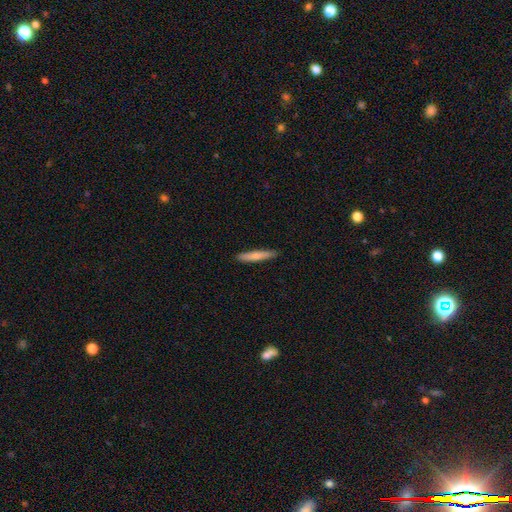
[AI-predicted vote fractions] The model was most divided on "smooth or featured": smooth: 71%, featured or disk: 24%, star or artifact: 5%. More confident: how rounded — cigar-shaped (92%); merging — none (90%).